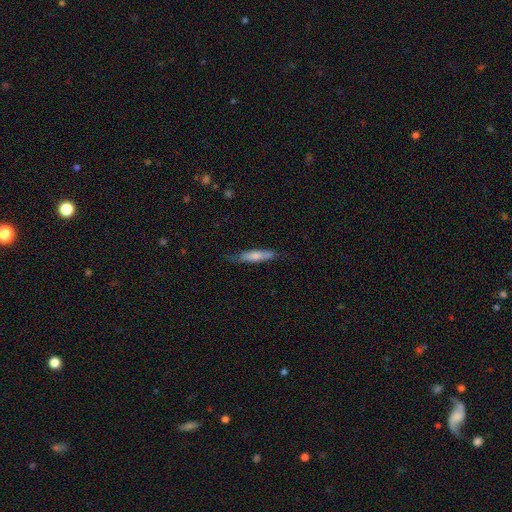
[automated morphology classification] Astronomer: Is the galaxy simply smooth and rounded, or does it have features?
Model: smooth — 67%.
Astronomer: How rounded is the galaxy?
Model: cigar-shaped — 78%.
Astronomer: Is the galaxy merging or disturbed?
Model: none — 67%.